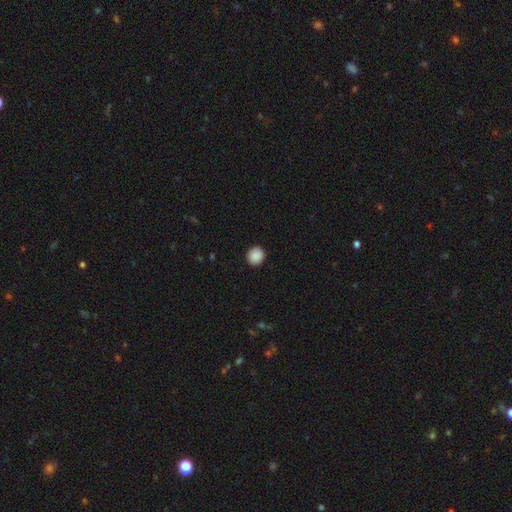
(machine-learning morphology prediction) Q: Smooth or featured?
A: smooth (89%); runner-up: star or artifact (8%)
Q: How rounded?
A: round (86%); runner-up: in between (13%)
Q: Merging?
A: none (92%); runner-up: minor disturbance (6%)